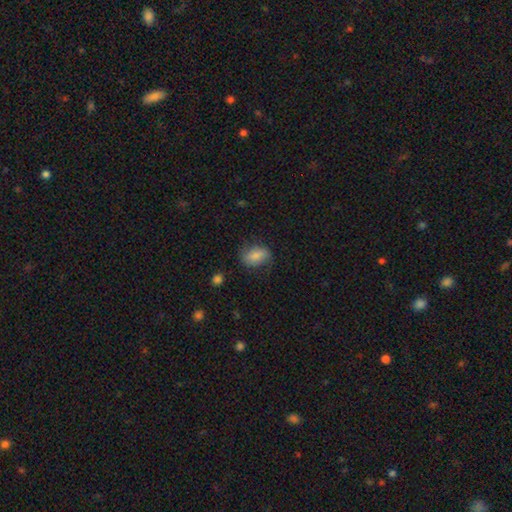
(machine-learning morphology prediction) A smooth galaxy with no disk features (77%) that is in between round and cigar-shaped (81%). Merging: none (67%).